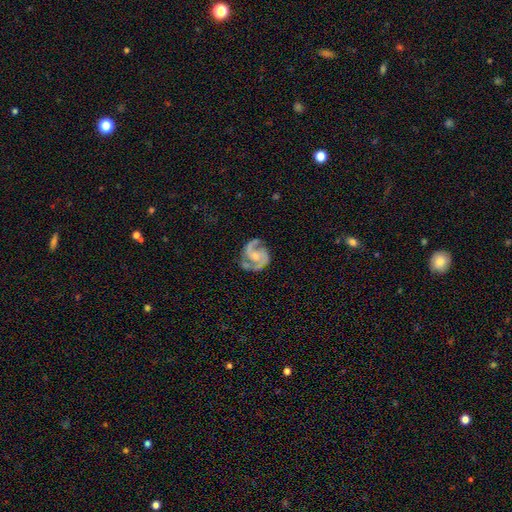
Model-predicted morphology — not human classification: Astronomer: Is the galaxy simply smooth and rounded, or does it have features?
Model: featured or disk — 86%.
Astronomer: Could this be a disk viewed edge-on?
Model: no — 98%.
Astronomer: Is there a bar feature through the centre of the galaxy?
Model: no — 60%.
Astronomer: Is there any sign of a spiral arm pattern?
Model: yes — 96%.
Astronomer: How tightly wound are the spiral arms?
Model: medium — 54%.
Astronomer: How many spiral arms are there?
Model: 2 — 86%.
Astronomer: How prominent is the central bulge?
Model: small — 43% (runner-up: moderate, 34%).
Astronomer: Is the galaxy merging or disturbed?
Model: none — 64%.